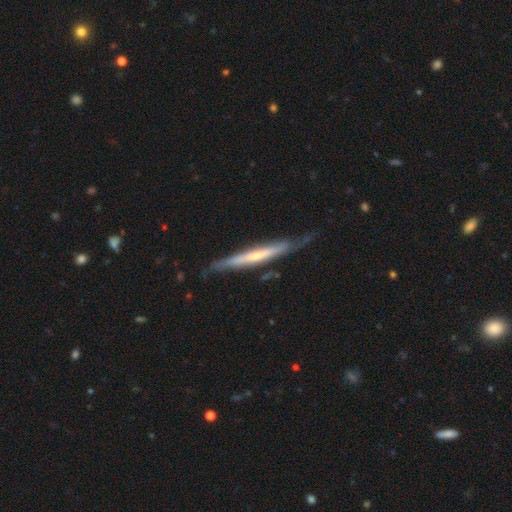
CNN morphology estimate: This is likely a featured or disk galaxy (66%). It is clearly viewed edge-on (90%). Edge-on bulge: possibly none (54%). Merging: likely none (71%).